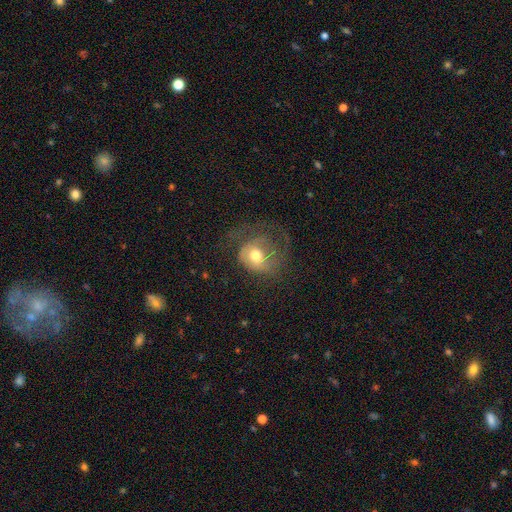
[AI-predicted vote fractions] Smooth or featured? smooth (51%)
How rounded? round (68%)
Merging? major disturbance (45%)